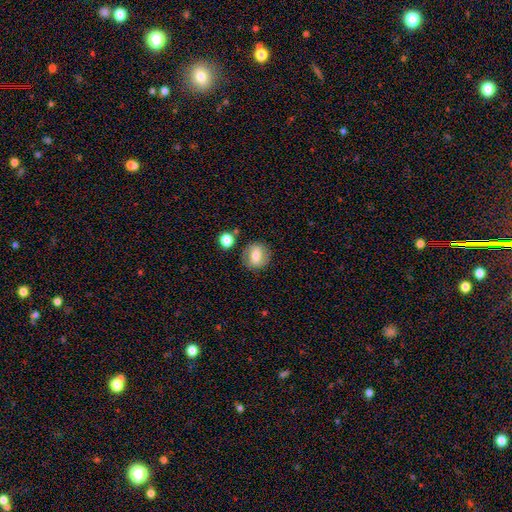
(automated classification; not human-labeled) This is likely a smooth galaxy (67%). How rounded: likely round (75%). Merging: clearly none (81%).